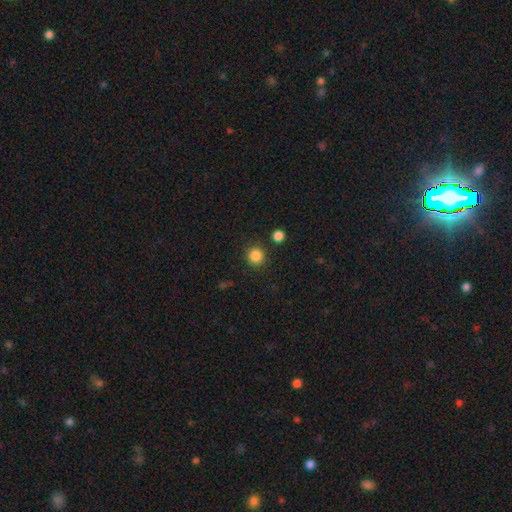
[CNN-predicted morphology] Smooth or featured?
  - smooth: 86% *
  - star or artifact: 11%
  - featured or disk: 3%
How rounded?
  - round: 94% *
  - in between: 6%
  - cigar-shaped: 1%
Merging?
  - none: 89% *
  - minor disturbance: 6%
  - merger: 3%
  - major disturbance: 2%